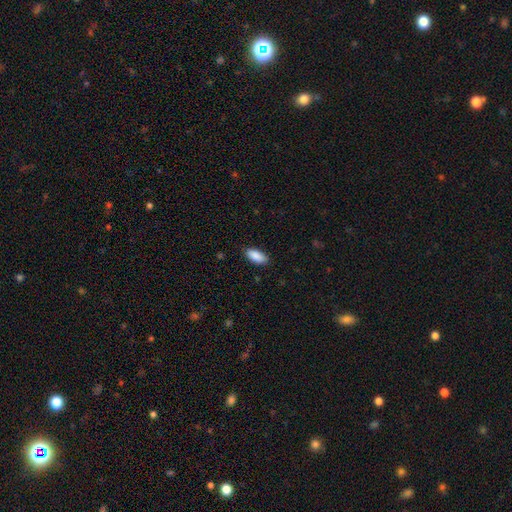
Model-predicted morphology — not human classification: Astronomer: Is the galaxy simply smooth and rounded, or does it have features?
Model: smooth — 90%.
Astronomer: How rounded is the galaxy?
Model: in between — 88%.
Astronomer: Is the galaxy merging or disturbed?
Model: none — 87%.